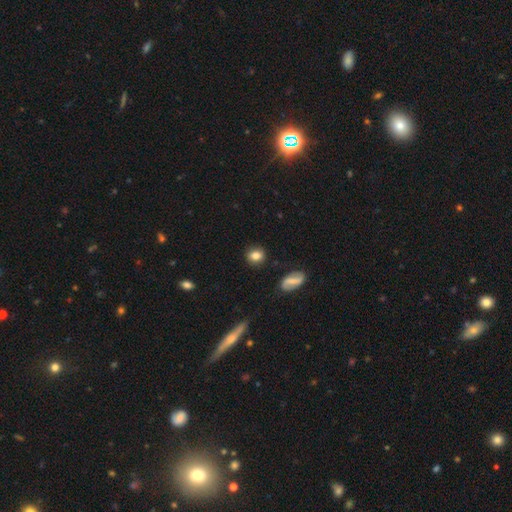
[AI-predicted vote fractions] This is clearly a smooth galaxy (80%). How rounded: likely round (72%). Merging: clearly none (86%).